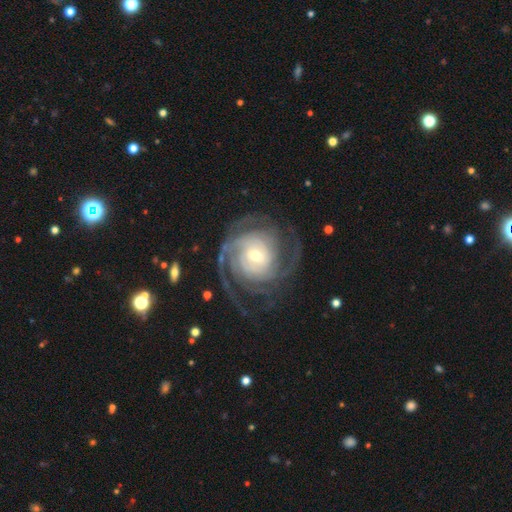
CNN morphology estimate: A featured or disk galaxy (90%) with no bar (51%), 2 (29%) tight (66%) spiral arms (97%) and a small central bulge (47%). Merging: none (71%).